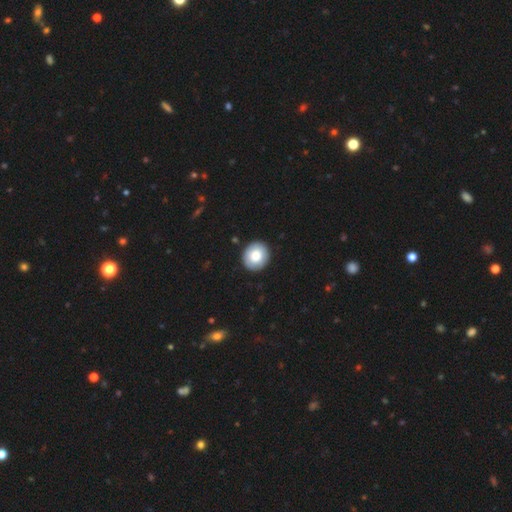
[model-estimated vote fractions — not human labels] This is likely a smooth galaxy (78%). How rounded: clearly round (84%). Merging: clearly none (90%).